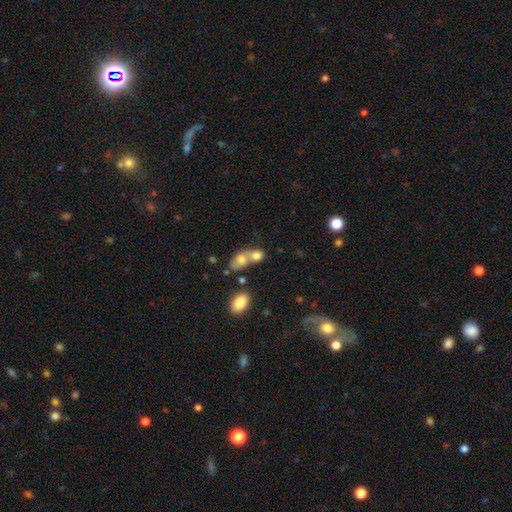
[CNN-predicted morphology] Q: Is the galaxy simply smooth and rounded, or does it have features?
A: smooth — 74%.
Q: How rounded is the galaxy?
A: in between — 56%.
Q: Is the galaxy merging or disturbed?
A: merger — 68%.